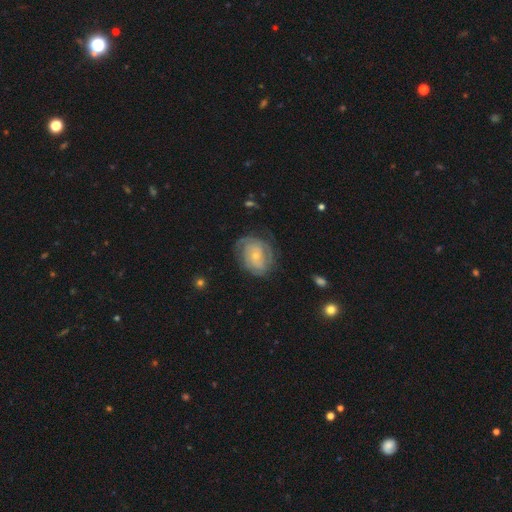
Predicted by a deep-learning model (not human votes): Smooth or featured? Predicted: featured or disk (p=0.76). Edge-on disk? Predicted: no (p=0.97). Bar? Predicted: no (p=0.71). Spiral arms? Predicted: yes (p=0.90). Spiral winding? Predicted: tight (p=0.63). Spiral arm count? Predicted: can't tell (p=0.37). Bulge size? Predicted: small (p=0.69). Merging? Predicted: none (p=0.67).